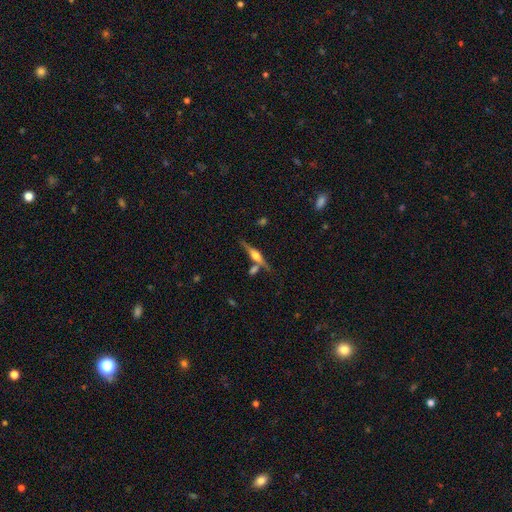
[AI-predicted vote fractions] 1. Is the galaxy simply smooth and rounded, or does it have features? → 76% featured or disk, 17% smooth, 7% star or artifact.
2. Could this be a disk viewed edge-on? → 97% yes, 3% no.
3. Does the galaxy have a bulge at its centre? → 90% rounded, 8% boxy, 3% none.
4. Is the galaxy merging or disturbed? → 72% none, 13% merger, 11% minor disturbance, 3% major disturbance.